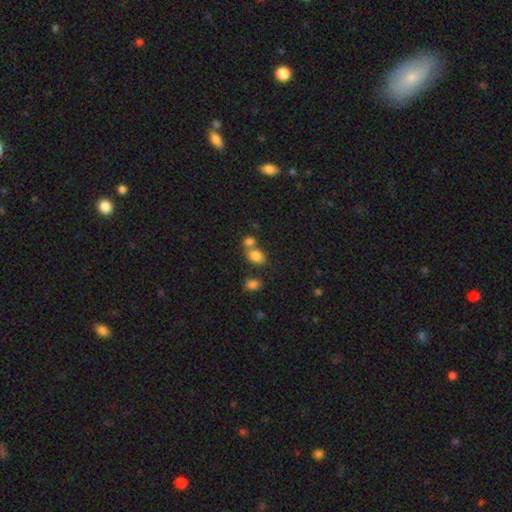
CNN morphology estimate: Smooth or featured? Predicted: smooth (p=0.80). How rounded? Predicted: in between (p=0.70). Merging? Predicted: merger (p=0.44).